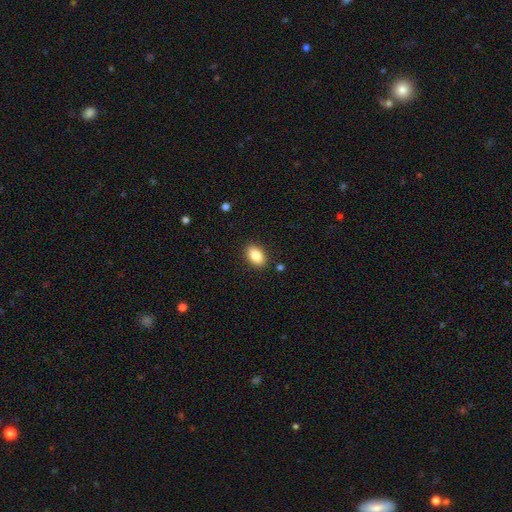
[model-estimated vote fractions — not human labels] Q: Smooth or featured?
A: smooth (85%); runner-up: star or artifact (7%)
Q: How rounded?
A: in between (90%); runner-up: round (8%)
Q: Merging?
A: none (88%); runner-up: minor disturbance (8%)